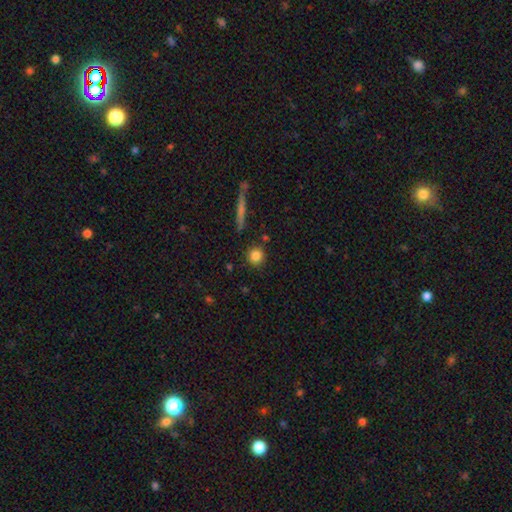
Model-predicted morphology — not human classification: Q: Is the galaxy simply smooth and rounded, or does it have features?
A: smooth — 83%.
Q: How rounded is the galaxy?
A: round — 91%.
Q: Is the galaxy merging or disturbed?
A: none — 87%.